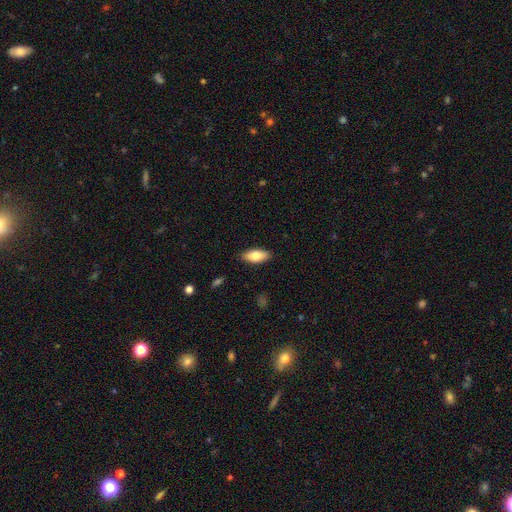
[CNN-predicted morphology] Smooth or featured? smooth (78%)
How rounded? in between (86%)
Merging? none (88%)